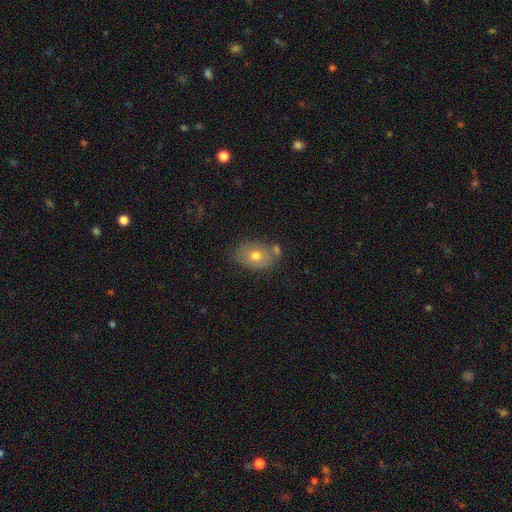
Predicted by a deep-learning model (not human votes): smooth-or-featured: smooth: 67% | featured or disk: 24% | star or artifact: 9%
  how-rounded: in between: 76% | round: 23% | cigar-shaped: 1%
  merging: none: 66% | minor disturbance: 18% | merger: 12% | major disturbance: 4%